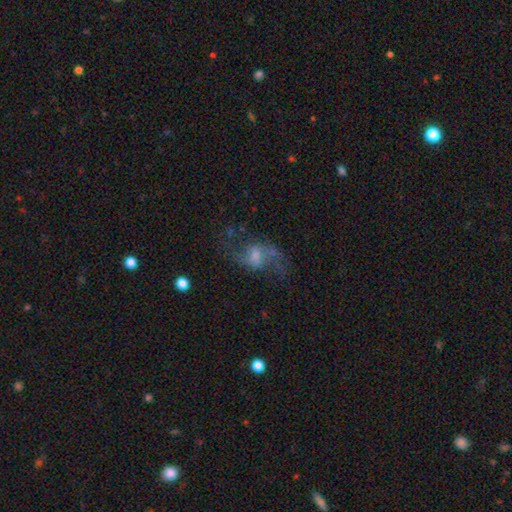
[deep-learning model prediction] Smooth or featured? featured or disk (75%)
Edge-on disk? no (96%)
Bar? weak (48%)
Spiral arms? yes (88%)
Spiral winding? loose (72%)
Spiral arm count? 2 (88%)
Bulge size? small (43%)
Merging? none (62%)